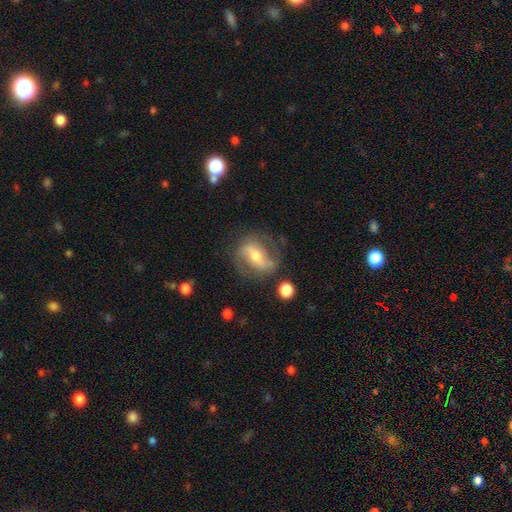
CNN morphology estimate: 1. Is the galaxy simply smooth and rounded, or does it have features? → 76% featured or disk, 17% smooth, 7% star or artifact.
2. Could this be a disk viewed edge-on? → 94% no, 6% yes.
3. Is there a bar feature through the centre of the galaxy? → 45% strong, 36% weak, 20% no.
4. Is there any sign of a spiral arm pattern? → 88% yes, 12% no.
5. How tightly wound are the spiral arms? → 44% medium, 35% loose, 22% tight.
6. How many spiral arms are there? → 82% 2, 9% can't tell, 4% 1, 3% 3, 1% 4, 1% more than 4.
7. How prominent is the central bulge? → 59% moderate, 32% small, 6% large, 2% none, 1% dominant.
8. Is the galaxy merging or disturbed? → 68% none, 18% minor disturbance, 11% major disturbance, 3% merger.